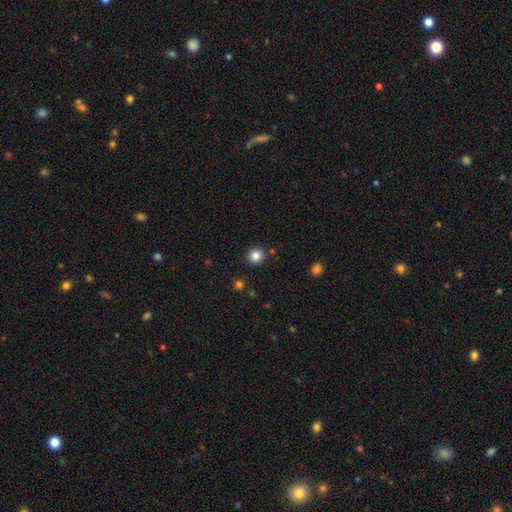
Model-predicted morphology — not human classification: smooth_or_featured: smooth (p=0.84) [alt: star or artifact p=0.12]
how_rounded: round (p=0.91) [alt: in between p=0.08]
merging: none (p=0.89) [alt: minor disturbance p=0.06]